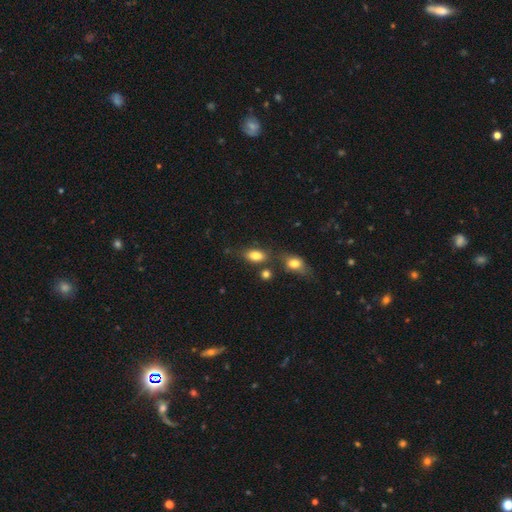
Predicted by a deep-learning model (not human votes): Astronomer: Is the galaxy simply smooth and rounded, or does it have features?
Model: smooth — 82%.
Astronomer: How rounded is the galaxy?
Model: in between — 85%.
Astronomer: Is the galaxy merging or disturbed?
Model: none — 61%.